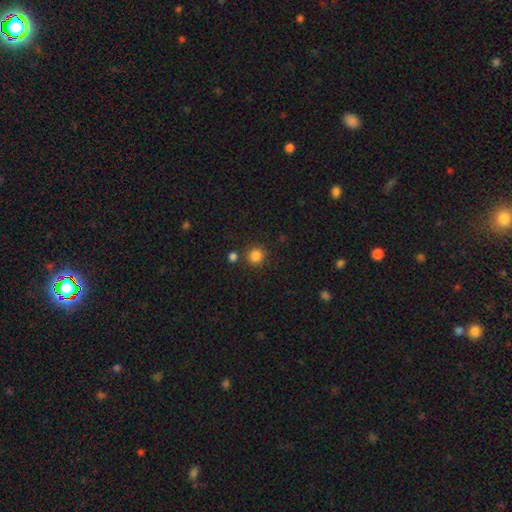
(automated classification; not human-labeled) This appears to be a smooth galaxy with no disk features (84%) that is round (93%). Merging: none (82%).